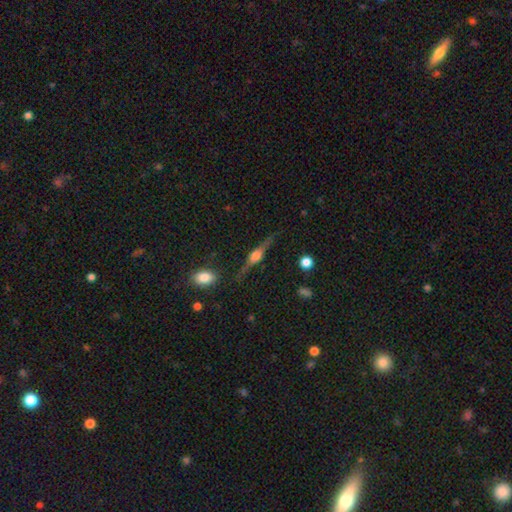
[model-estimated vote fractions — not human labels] Smooth or featured? featured or disk (77%)
Edge-on disk? yes (97%)
Edge-on bulge? rounded (81%)
Merging? none (83%)